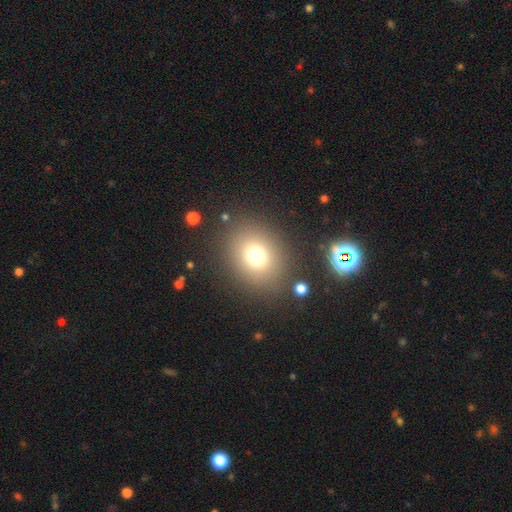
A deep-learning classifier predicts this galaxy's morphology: smooth_or_featured: smooth (p=0.72) [alt: star or artifact p=0.18]
how_rounded: round (p=0.67) [alt: in between p=0.32]
merging: none (p=0.84) [alt: minor disturbance p=0.08]